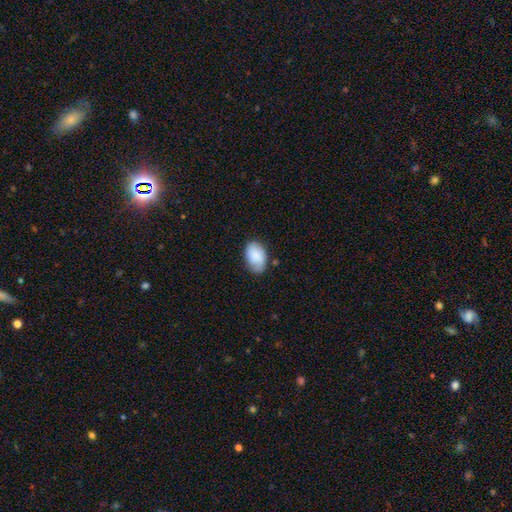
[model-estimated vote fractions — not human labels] This appears to be a smooth galaxy with no disk features (80%) that is in between round and cigar-shaped (89%). Merging: none (71%).